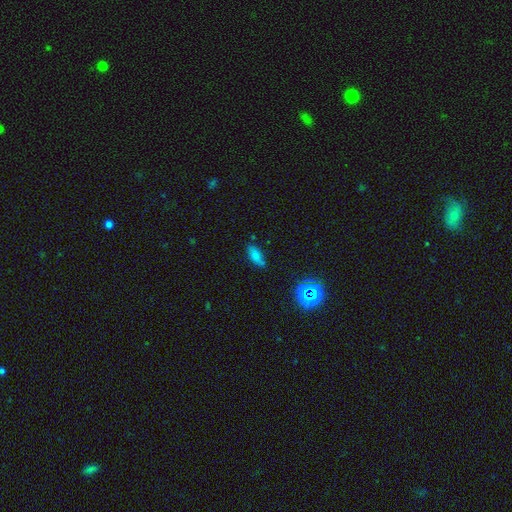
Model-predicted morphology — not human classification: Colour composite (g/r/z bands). It shows a smooth galaxy with no disk features (69%) that is in between round and cigar-shaped (78%). Merging: none (73%).